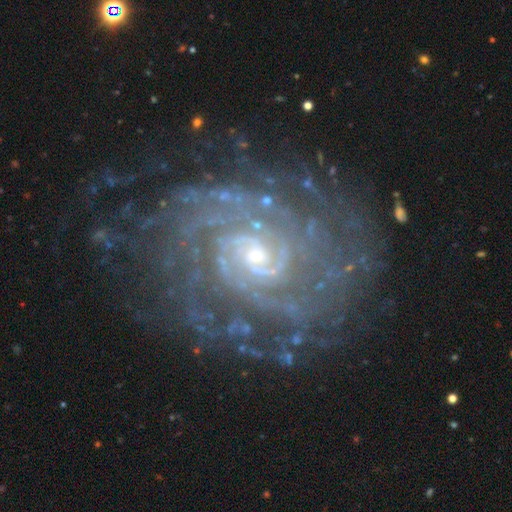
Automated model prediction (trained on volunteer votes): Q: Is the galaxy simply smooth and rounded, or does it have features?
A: featured or disk — 91%.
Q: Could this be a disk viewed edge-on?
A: no — 98%.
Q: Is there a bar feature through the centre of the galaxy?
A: no — 54%.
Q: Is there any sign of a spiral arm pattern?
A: yes — 98%.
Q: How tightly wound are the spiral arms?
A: tight — 75%.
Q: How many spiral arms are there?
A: can't tell — 21%, tied with 2.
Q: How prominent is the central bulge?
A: small — 66%.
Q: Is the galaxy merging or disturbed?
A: none — 76%.